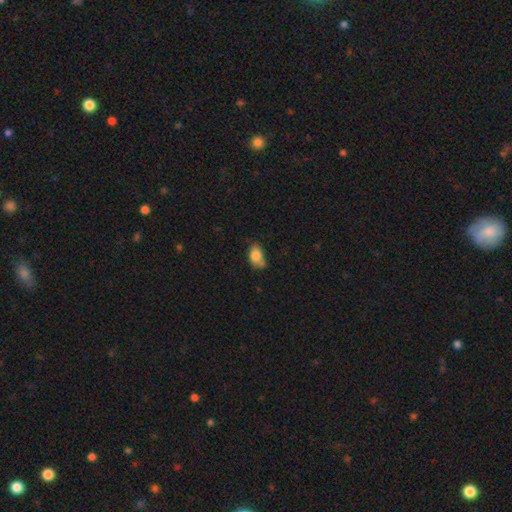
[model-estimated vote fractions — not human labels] Smooth or featured: smooth — 82% (featured or disk — 10%)
How rounded: in between — 82% (round — 16%)
Merging: none — 50% (minor disturbance — 29%)